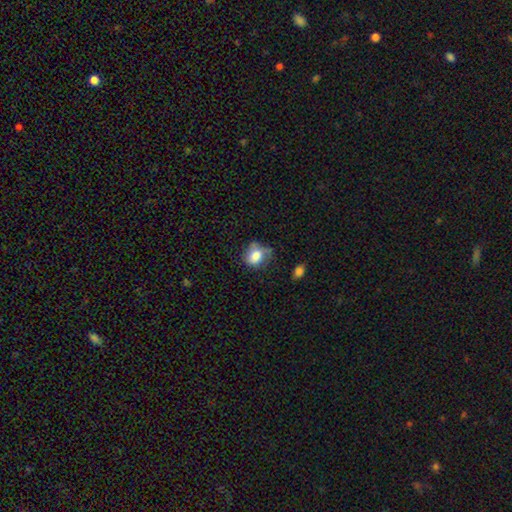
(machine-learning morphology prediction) A smooth galaxy with no disk features (78%) that is in between round and cigar-shaped (50%). Merging: none (41%).